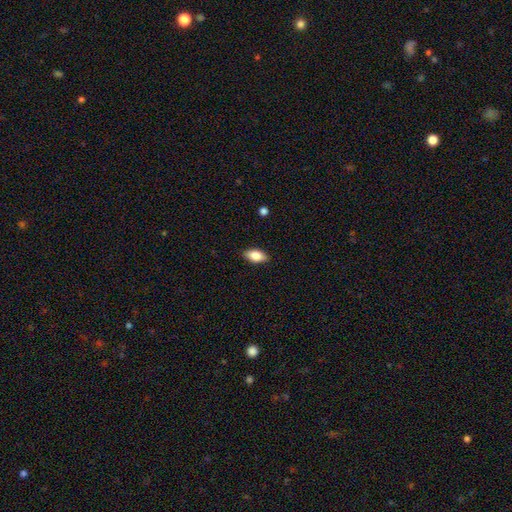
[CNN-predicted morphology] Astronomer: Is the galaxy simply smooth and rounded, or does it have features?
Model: smooth — 83%.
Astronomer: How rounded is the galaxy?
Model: in between — 90%.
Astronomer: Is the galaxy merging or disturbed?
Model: none — 87%.